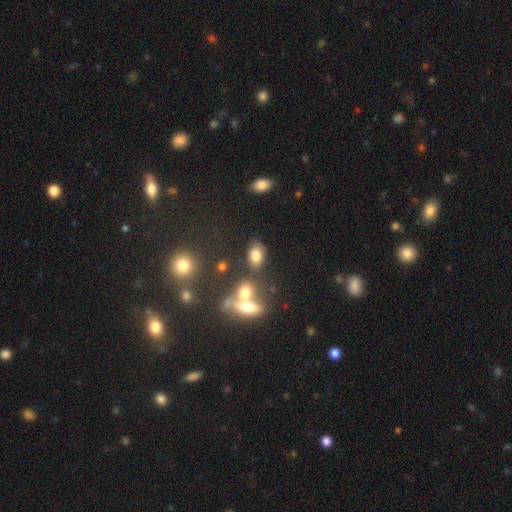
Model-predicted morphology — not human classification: This appears to be a smooth galaxy with no disk features (77%) that is in between round and cigar-shaped (83%). Merging: none (65%).